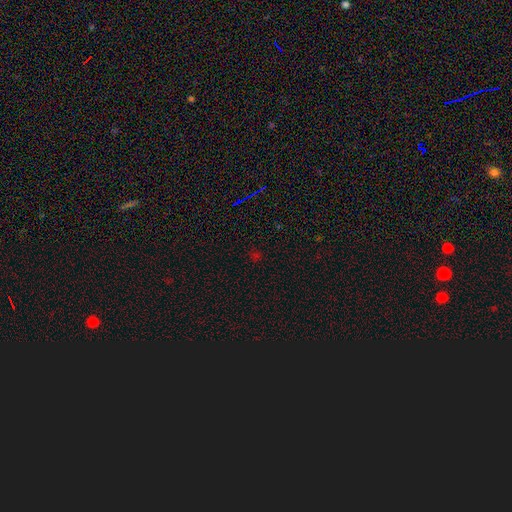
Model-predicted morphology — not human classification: smooth_or_featured: star or artifact (p=0.62) [alt: smooth p=0.31]